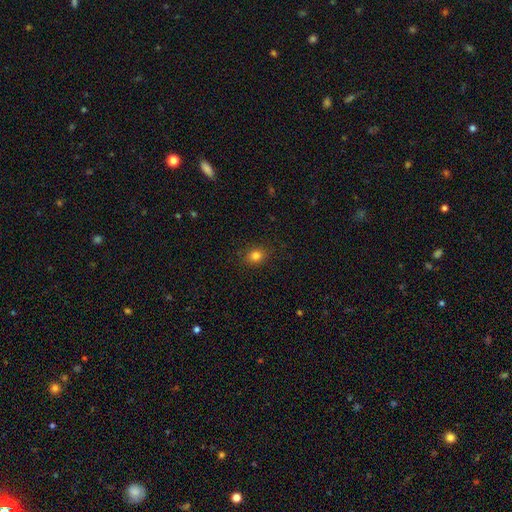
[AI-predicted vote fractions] Q: Smooth or featured?
A: smooth (82%); runner-up: star or artifact (13%)
Q: How rounded?
A: round (62%); runner-up: in between (37%)
Q: Merging?
A: none (88%); runner-up: minor disturbance (9%)